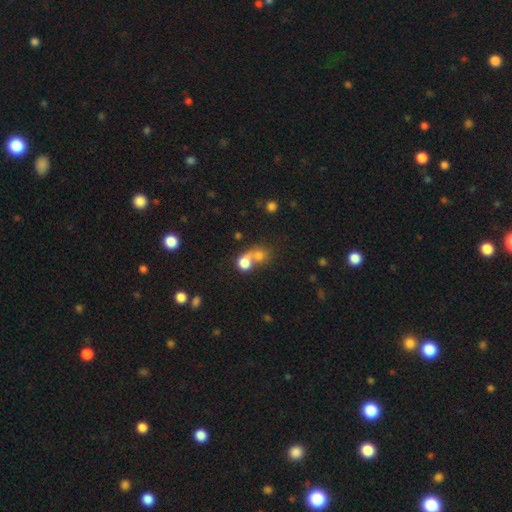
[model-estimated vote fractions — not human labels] Morphology: type=smooth (72%); roundness=round (69%); merging=merger (66%).